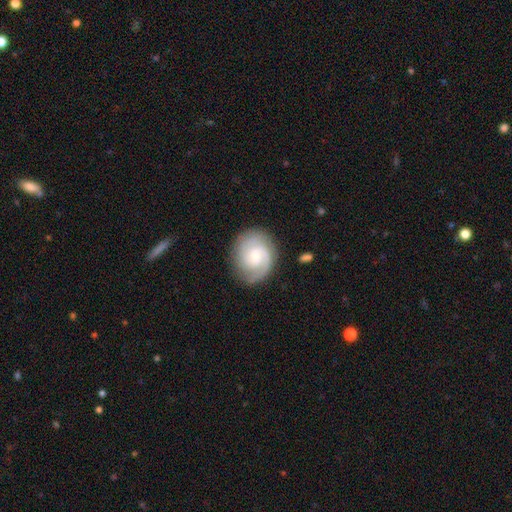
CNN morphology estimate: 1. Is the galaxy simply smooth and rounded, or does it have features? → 78% featured or disk, 17% smooth, 5% star or artifact.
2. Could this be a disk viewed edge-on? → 98% no, 2% yes.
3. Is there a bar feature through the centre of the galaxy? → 49% no, 45% weak, 6% strong.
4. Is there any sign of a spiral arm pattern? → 96% yes, 4% no.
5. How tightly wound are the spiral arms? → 47% tight, 42% medium, 11% loose.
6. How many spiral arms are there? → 57% 2, 17% 3, 14% can't tell, 5% 1, 3% 4, 3% more than 4.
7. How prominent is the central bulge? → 53% small, 40% moderate, 3% large, 3% none, 1% dominant.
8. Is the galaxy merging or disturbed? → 82% none, 13% minor disturbance, 4% major disturbance, 1% merger.